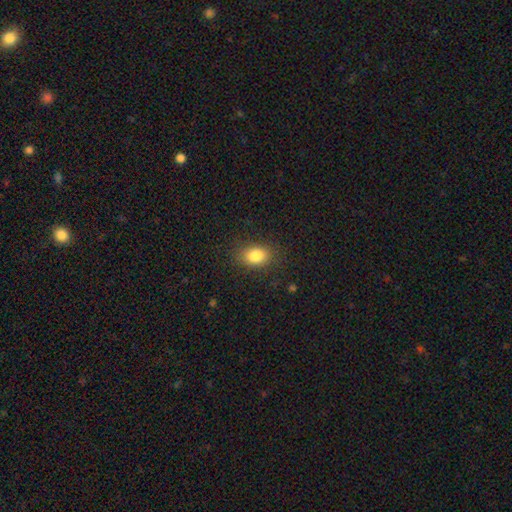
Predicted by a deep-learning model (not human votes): This is clearly a smooth galaxy (84%). How rounded: likely in between (74%). Merging: clearly none (84%).